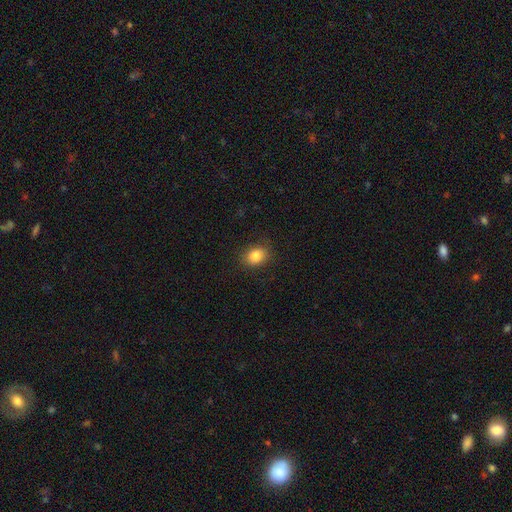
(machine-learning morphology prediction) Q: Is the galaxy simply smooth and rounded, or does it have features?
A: smooth — 84%.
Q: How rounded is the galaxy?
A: in between — 58%.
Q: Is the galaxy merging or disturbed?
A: none — 86%.